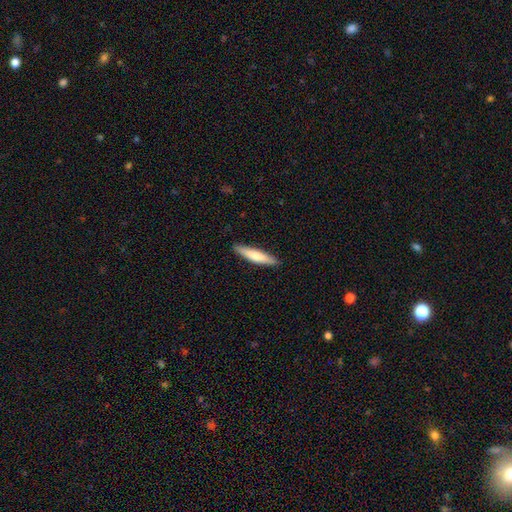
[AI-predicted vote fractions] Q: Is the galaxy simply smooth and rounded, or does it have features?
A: smooth — 68%.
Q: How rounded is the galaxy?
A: cigar-shaped — 86%.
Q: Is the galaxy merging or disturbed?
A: none — 90%.